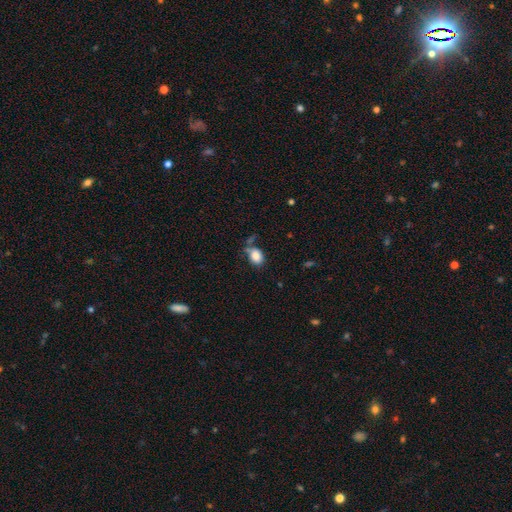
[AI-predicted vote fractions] Overall: smooth (85%). How rounded: in between (71%). Merging: none (56%; minor disturbance 20%).